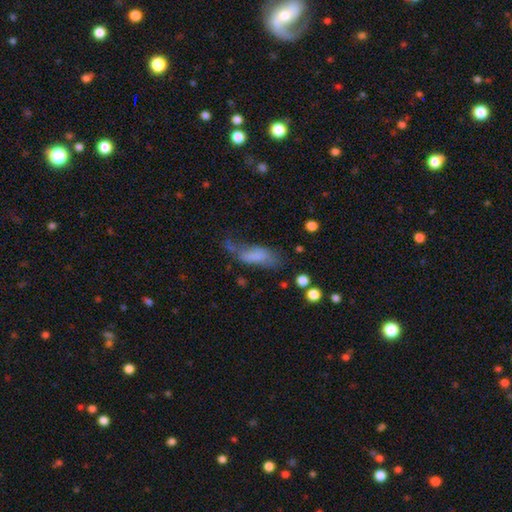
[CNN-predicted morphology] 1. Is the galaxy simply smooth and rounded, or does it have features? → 70% smooth, 19% featured or disk, 10% star or artifact.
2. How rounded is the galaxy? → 69% in between, 28% cigar-shaped, 3% round.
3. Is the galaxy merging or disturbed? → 32% none, 30% major disturbance, 28% minor disturbance, 10% merger.